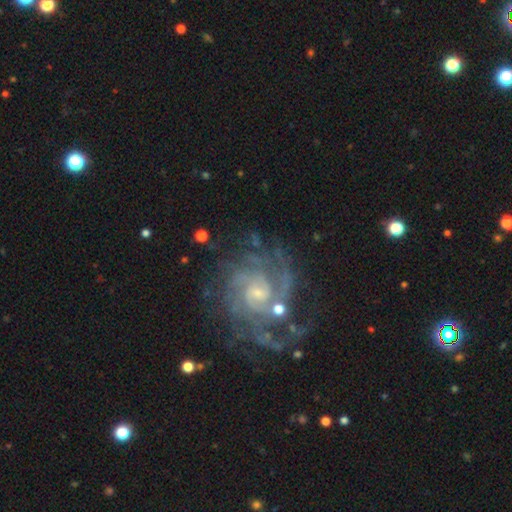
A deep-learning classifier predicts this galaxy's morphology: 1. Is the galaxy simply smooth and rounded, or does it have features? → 85% featured or disk, 9% star or artifact, 5% smooth.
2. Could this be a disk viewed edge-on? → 98% no, 2% yes.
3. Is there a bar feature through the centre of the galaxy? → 58% no, 34% weak, 7% strong.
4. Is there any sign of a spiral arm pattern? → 96% yes, 4% no.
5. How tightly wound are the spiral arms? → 57% tight, 35% medium, 8% loose.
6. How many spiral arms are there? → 29% can't tell, 20% 3, 17% 2, 16% 4, 9% more than 4, 8% 1.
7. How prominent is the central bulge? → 57% small, 33% moderate, 7% none, 3% large, 1% dominant.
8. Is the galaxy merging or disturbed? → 67% none, 16% minor disturbance, 13% major disturbance, 4% merger.